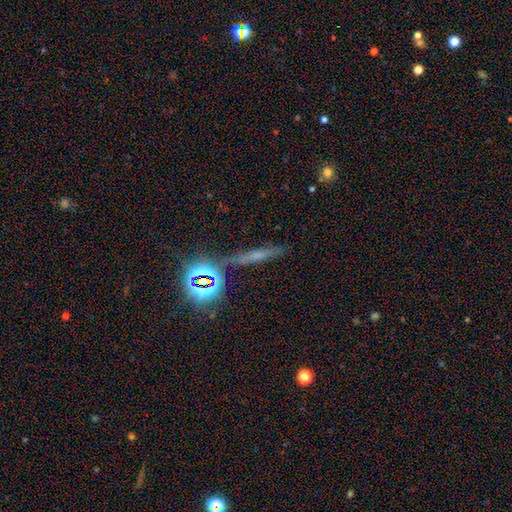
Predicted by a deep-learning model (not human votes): smooth-or-featured: smooth: 37% | star or artifact: 35% | featured or disk: 27%
  merging: none: 77% | minor disturbance: 12% | merger: 6% | major disturbance: 4%